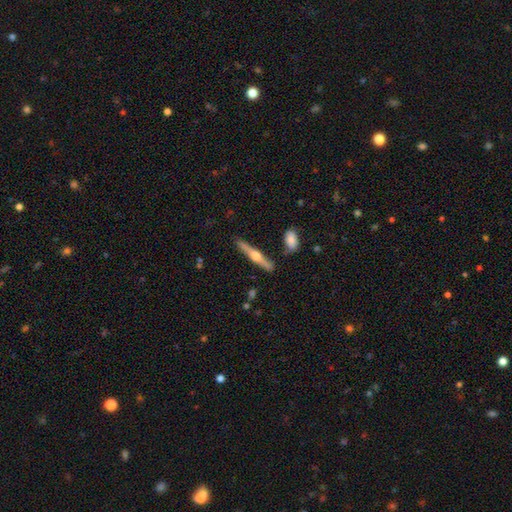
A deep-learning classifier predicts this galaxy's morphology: Q: Smooth or featured?
A: featured or disk (69%); runner-up: smooth (26%)
Q: Edge-on disk?
A: yes (97%); runner-up: no (3%)
Q: Edge-on bulge?
A: rounded (94%); runner-up: boxy (3%)
Q: Merging?
A: none (85%); runner-up: minor disturbance (10%)